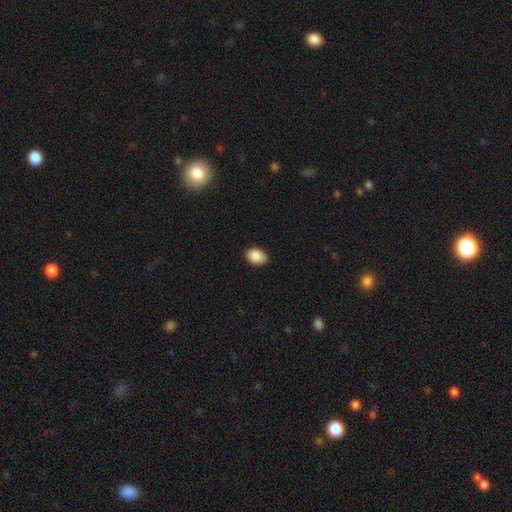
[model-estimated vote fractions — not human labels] smooth-or-featured: smooth: 90% | star or artifact: 7% | featured or disk: 3%
  how-rounded: in between: 76% | round: 23% | cigar-shaped: 1%
  merging: none: 88% | minor disturbance: 9% | major disturbance: 2% | merger: 1%